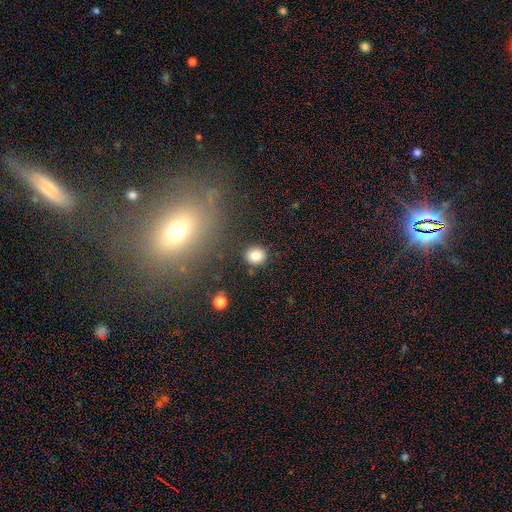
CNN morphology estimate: The model was most divided on "how rounded": round: 78%, in between: 21%, cigar-shaped: 1%. More confident: merging — none (86%); smooth or featured — smooth (82%).